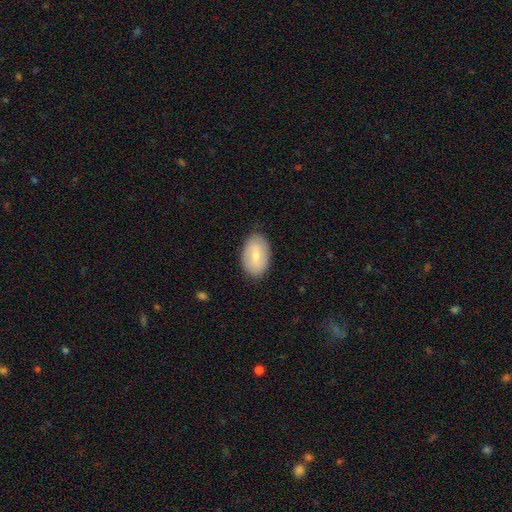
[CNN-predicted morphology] Overall: smooth (65%; featured or disk 29%). How rounded: in between (88%). Merging: none (84%).